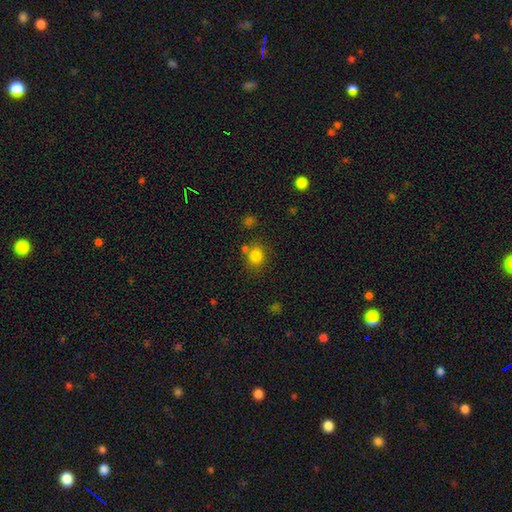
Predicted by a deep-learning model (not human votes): smooth-or-featured: smooth: 82% | star or artifact: 12% | featured or disk: 6%
  how-rounded: round: 77% | in between: 22% | cigar-shaped: 1%
  merging: none: 73% | merger: 12% | minor disturbance: 11% | major disturbance: 4%